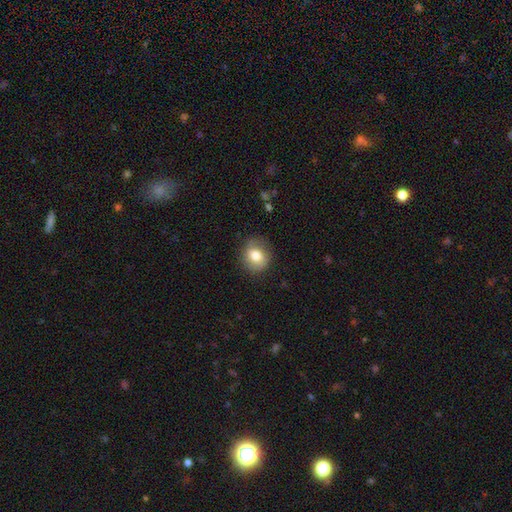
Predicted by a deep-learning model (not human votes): This appears to be a smooth galaxy with no disk features (76%) that is round (75%). Merging: none (80%).